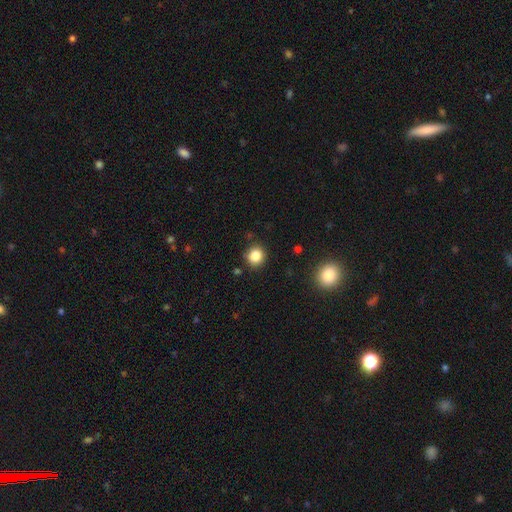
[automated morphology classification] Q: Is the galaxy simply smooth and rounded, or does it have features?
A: smooth — 84%.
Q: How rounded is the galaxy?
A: round — 86%.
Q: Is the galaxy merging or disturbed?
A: none — 87%.